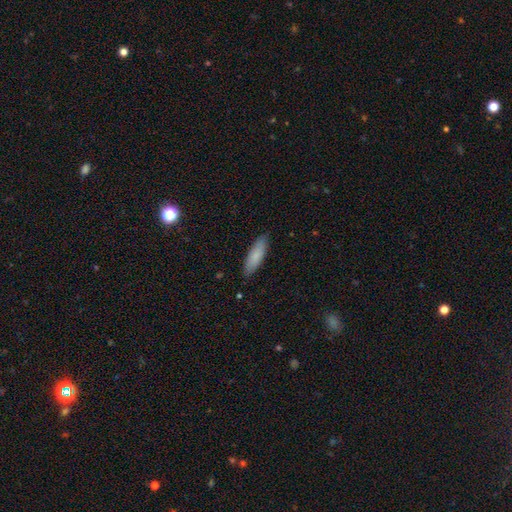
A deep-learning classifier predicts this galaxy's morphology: Smooth or featured? smooth (82%)
How rounded? cigar-shaped (51%)
Merging? none (86%)